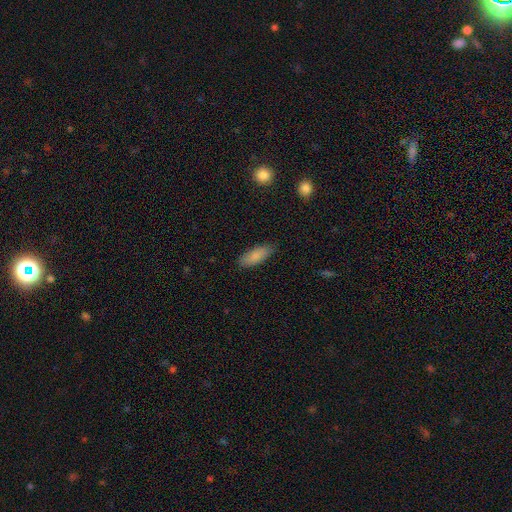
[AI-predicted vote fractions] Q: Smooth or featured?
A: smooth (85%); runner-up: featured or disk (9%)
Q: How rounded?
A: in between (71%); runner-up: cigar-shaped (27%)
Q: Merging?
A: none (85%); runner-up: minor disturbance (12%)